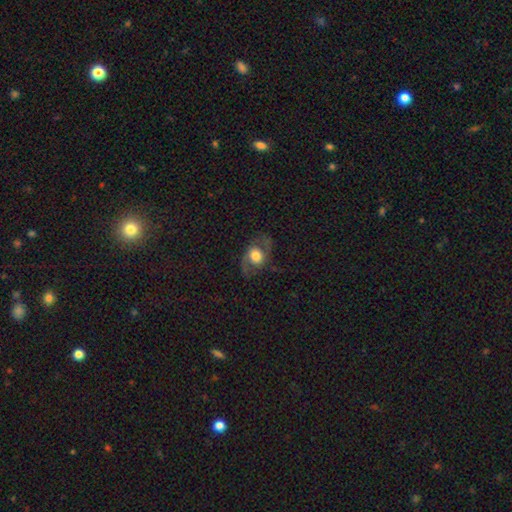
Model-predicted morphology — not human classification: Overall: featured or disk (53%; smooth 38%). Edge-on disk: no (90%). Merging: none (70%).